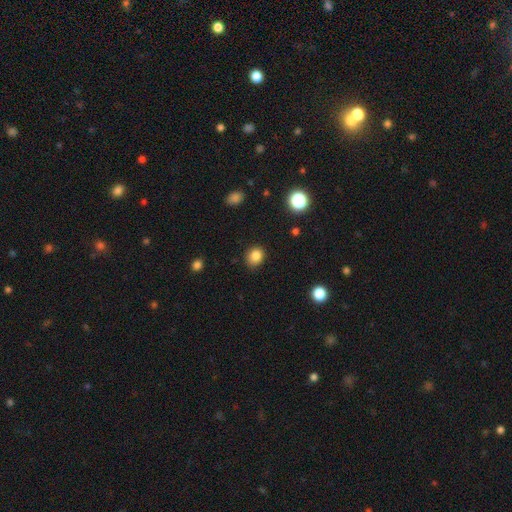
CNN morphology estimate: smooth 84%, star or artifact 11%, featured or disk 5%. Down the decision tree: how rounded — round (66%); merging — none (86%).